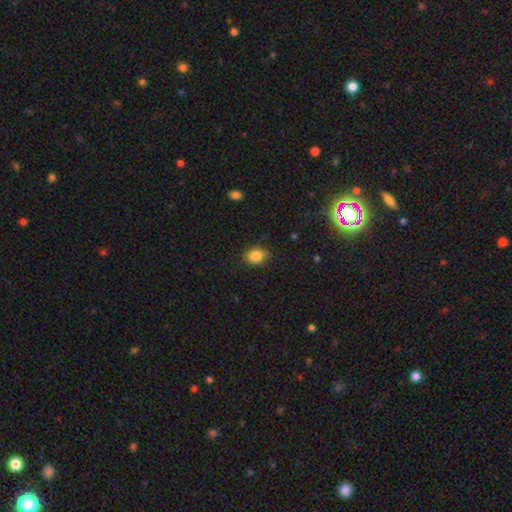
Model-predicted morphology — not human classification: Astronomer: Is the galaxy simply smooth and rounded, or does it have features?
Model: smooth — 85%.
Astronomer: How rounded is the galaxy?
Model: in between — 53% (runner-up: round, 46%).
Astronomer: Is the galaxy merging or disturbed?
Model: none — 86%.